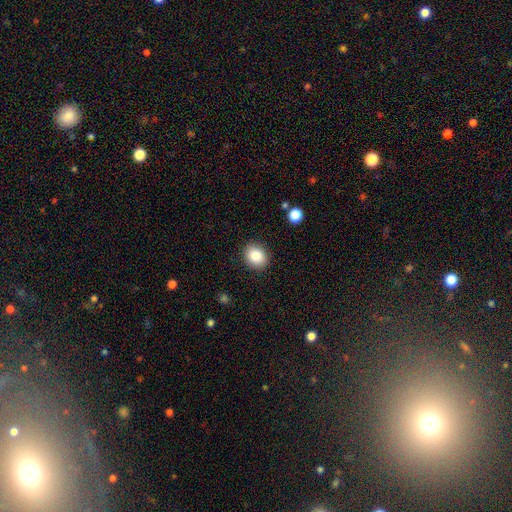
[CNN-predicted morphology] A smooth galaxy with no disk features (86%) that is round (57%).

Vote fractions:
- Smooth or featured? smooth: 86% / star or artifact: 9% / featured or disk: 5%
- How rounded? round: 57% / in between: 43% / cigar-shaped: 1%
- Merging? none: 89% / minor disturbance: 8% / major disturbance: 2% / merger: 1%